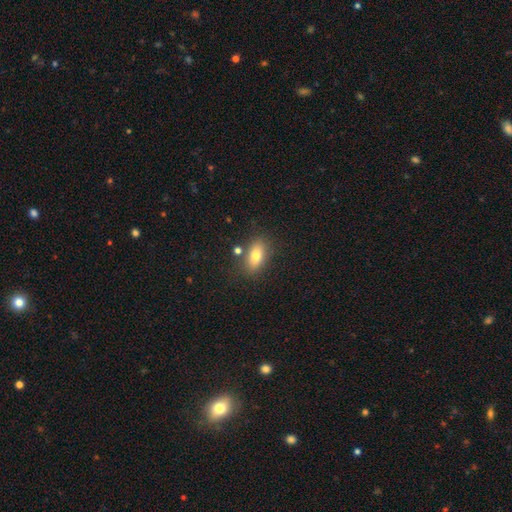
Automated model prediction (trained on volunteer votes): This appears to be a smooth galaxy with no disk features (76%) that is in between round and cigar-shaped (85%). Merging: none (78%).